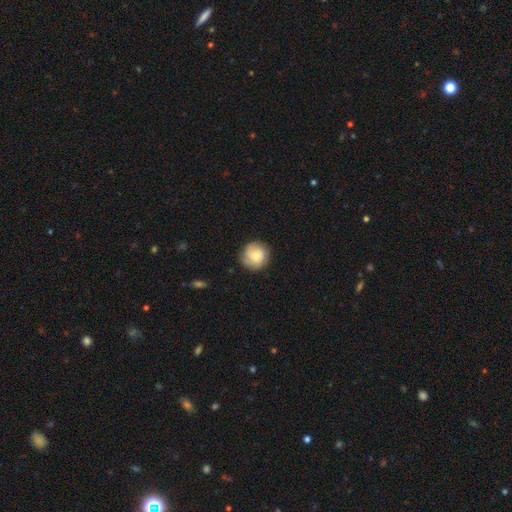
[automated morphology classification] The model was most divided on "smooth or featured": smooth: 58%, featured or disk: 35%, star or artifact: 8%. More confident: how rounded — round (91%); merging — none (77%).